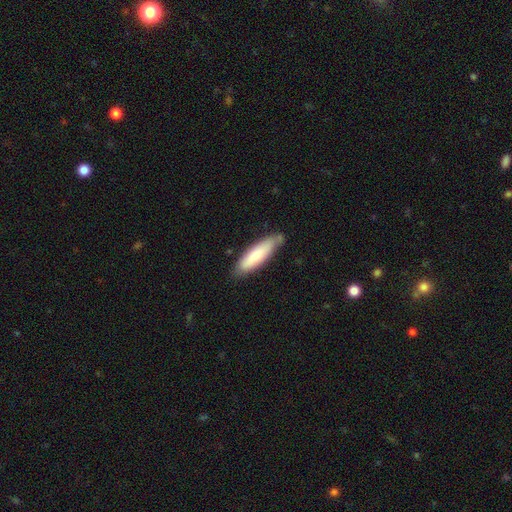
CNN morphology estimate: Smooth or featured? smooth (76%)
How rounded? cigar-shaped (63%)
Merging? none (73%)